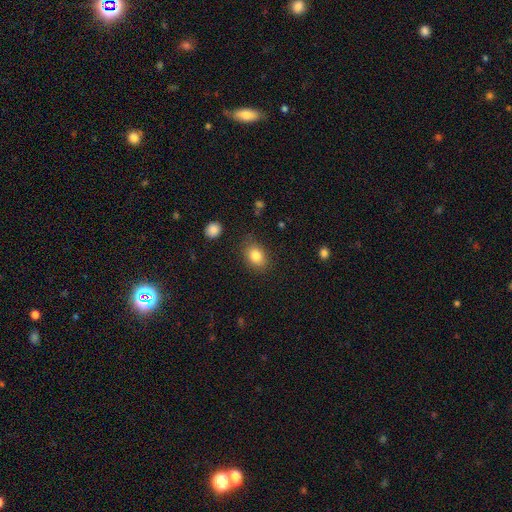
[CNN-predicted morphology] smooth-or-featured: smooth: 83% | star or artifact: 9% | featured or disk: 8%
  how-rounded: in between: 71% | round: 28% | cigar-shaped: 1%
  merging: none: 81% | minor disturbance: 13% | major disturbance: 4% | merger: 2%